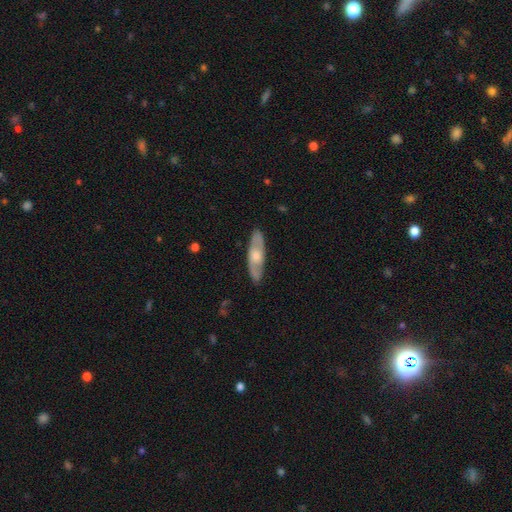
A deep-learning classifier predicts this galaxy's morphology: Q: Smooth or featured?
A: featured or disk (60%); runner-up: smooth (35%)
Q: Edge-on disk?
A: no (65%); runner-up: yes (35%)
Q: Merging?
A: none (87%); runner-up: minor disturbance (10%)